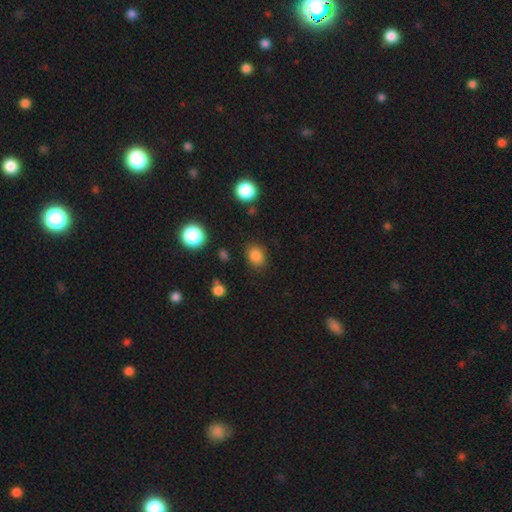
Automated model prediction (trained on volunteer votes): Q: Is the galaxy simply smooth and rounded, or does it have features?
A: smooth — 83%.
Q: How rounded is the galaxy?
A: in between — 50%.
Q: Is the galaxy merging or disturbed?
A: none — 83%.